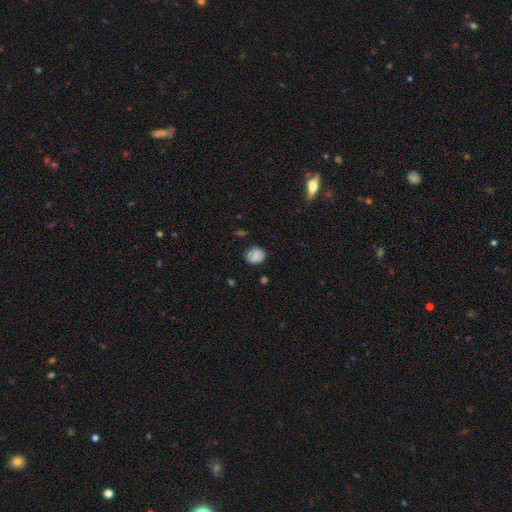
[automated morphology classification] Smooth or featured?
  - smooth: 79% *
  - featured or disk: 12%
  - star or artifact: 9%
How rounded?
  - round: 71% *
  - in between: 28%
  - cigar-shaped: 1%
Merging?
  - none: 71% *
  - minor disturbance: 22%
  - major disturbance: 5%
  - merger: 2%